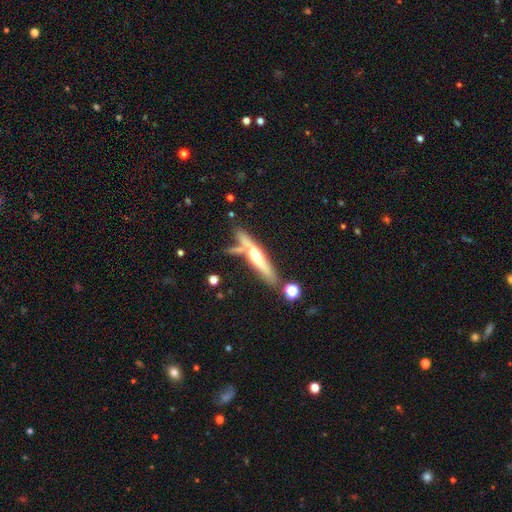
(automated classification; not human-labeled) Overall: featured or disk (59%; smooth 35%). Edge-on disk: yes (90%). Edge-on bulge: rounded (82%). Merging: none (58%; merger 20%).